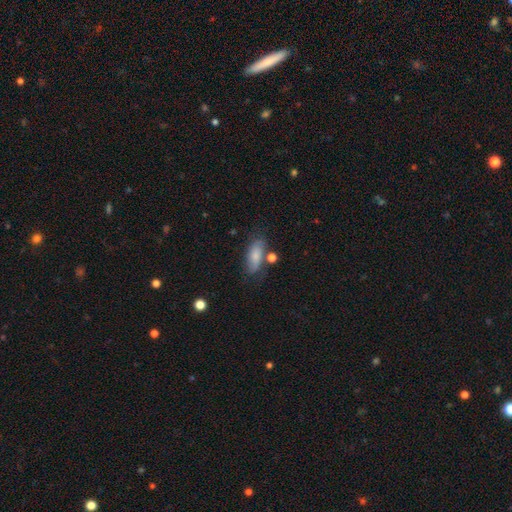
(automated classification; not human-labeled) smooth_or_featured: smooth (p=0.68) [alt: featured or disk p=0.24]
how_rounded: in between (p=0.80) [alt: cigar-shaped p=0.16]
merging: none (p=0.60) [alt: minor disturbance p=0.22]